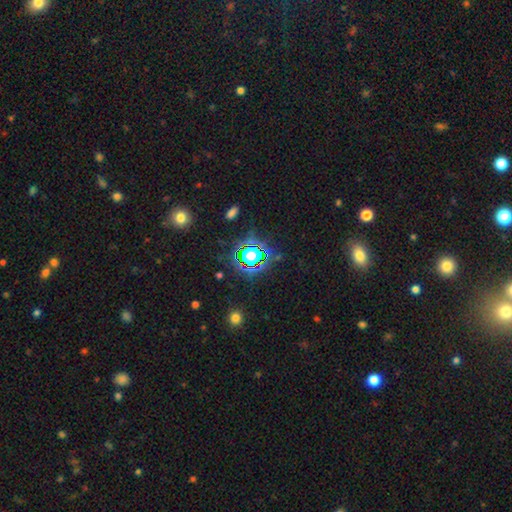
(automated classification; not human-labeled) star or artifact 75%, smooth 17%, featured or disk 9%.